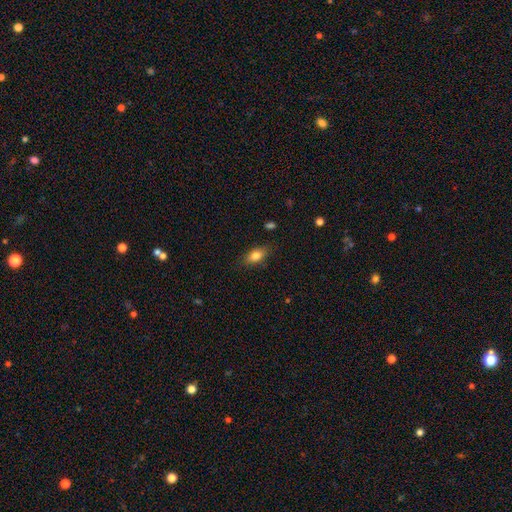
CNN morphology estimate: Q: Smooth or featured?
A: smooth (80%); runner-up: featured or disk (12%)
Q: How rounded?
A: in between (83%); runner-up: cigar-shaped (10%)
Q: Merging?
A: none (83%); runner-up: minor disturbance (13%)